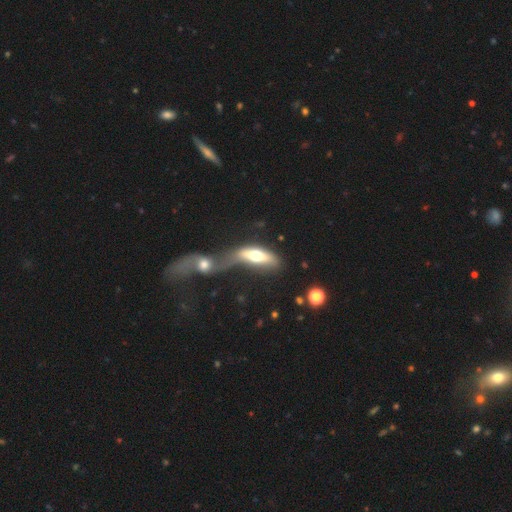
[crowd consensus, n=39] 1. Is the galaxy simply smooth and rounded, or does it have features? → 62% smooth, 33% featured or disk, 5% star or artifact.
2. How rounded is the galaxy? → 88% in between, 8% cigar-shaped, 4% round.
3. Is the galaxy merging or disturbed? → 68% merger, 16% major disturbance, 8% none, 8% minor disturbance.